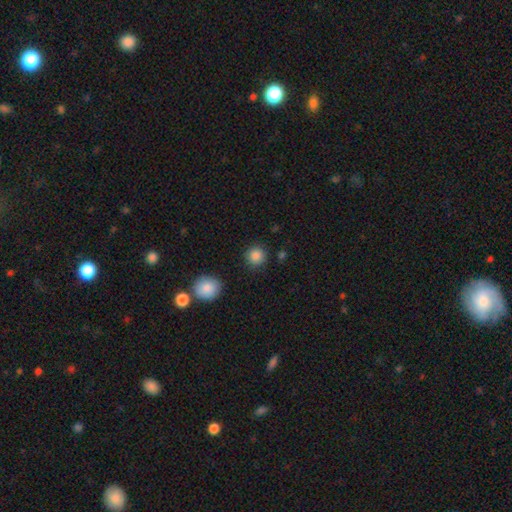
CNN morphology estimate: type=smooth (87%); roundness=round (93%); merging=none (89%).